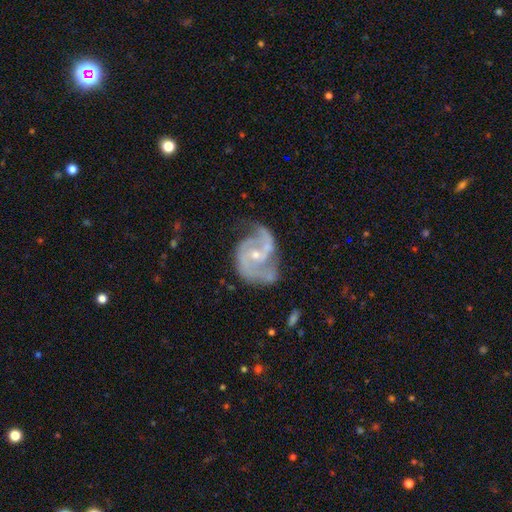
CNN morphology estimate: Smooth or featured? featured or disk (88%)
Edge-on disk? no (98%)
Bar? no (47%)
Spiral arms? yes (96%)
Spiral winding? medium (55%)
Spiral arm count? 2 (81%)
Bulge size? small (62%)
Merging? none (53%)